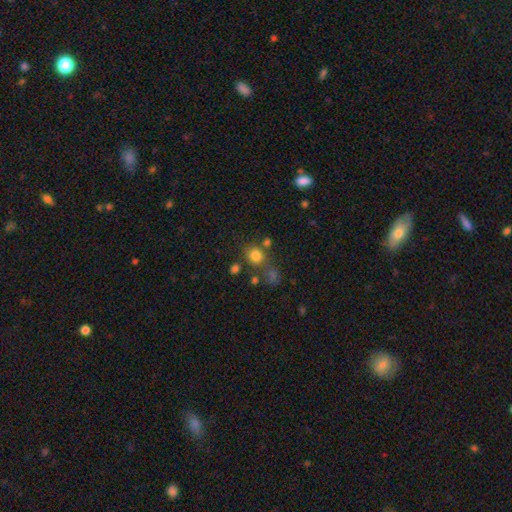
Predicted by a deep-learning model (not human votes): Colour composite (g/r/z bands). It shows a smooth galaxy with no disk features (78%) that is round (80%). Merging: none (67%).